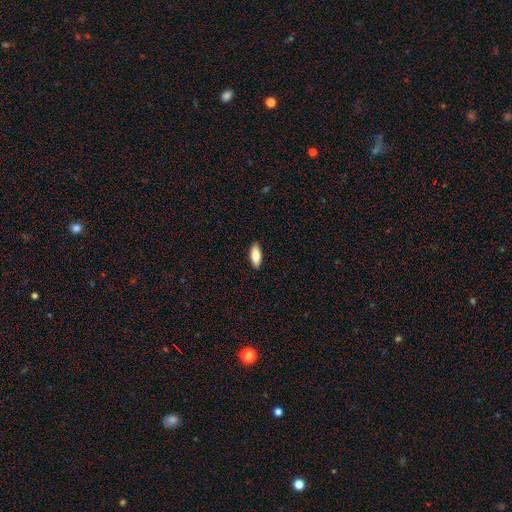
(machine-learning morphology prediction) A smooth galaxy with no disk features (84%) that is in between round and cigar-shaped (78%). Merging: none (89%).